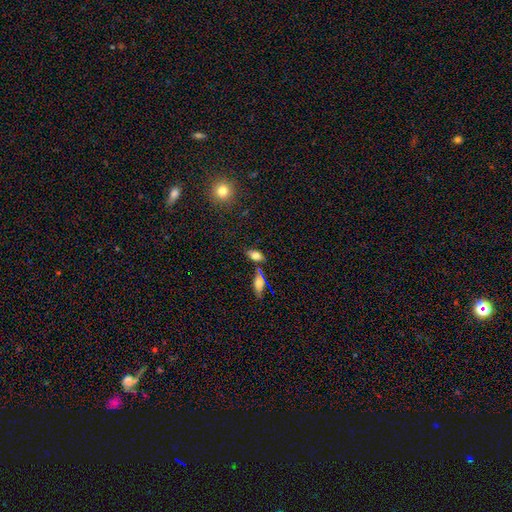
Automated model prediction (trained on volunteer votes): Morphology: type=smooth (70%); roundness=in between (84%); merging=none (71%).